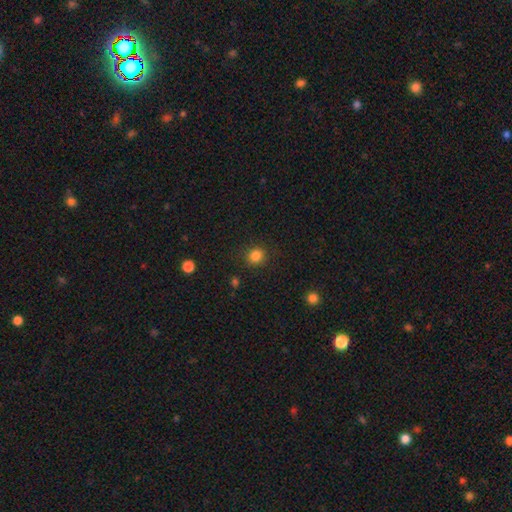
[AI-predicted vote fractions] A smooth galaxy with no disk features (84%) that is round (88%). Merging: none (88%).